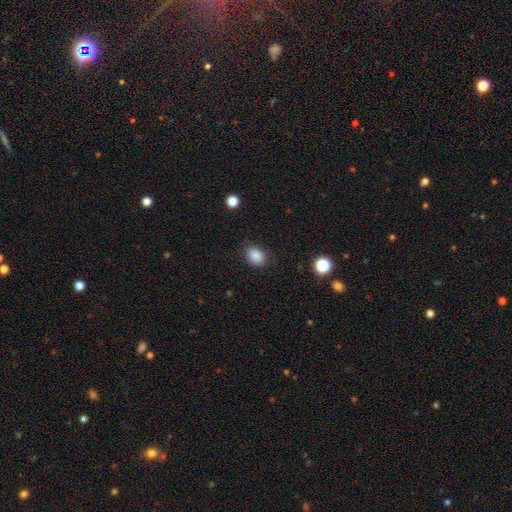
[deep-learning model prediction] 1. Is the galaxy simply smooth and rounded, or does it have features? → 86% smooth, 10% star or artifact, 4% featured or disk.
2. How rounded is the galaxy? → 51% in between, 48% round, 1% cigar-shaped.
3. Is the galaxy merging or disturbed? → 83% none, 13% minor disturbance, 3% major disturbance, 1% merger.